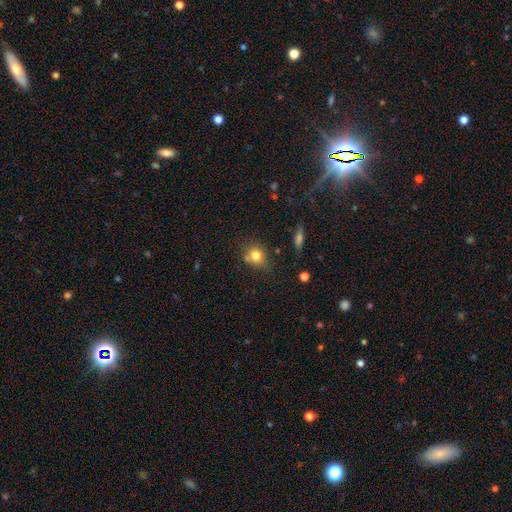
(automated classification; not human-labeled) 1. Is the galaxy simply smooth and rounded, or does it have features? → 79% smooth, 11% star or artifact, 10% featured or disk.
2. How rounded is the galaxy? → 74% round, 25% in between, 1% cigar-shaped.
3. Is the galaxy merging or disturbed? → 64% none, 20% minor disturbance, 11% merger, 5% major disturbance.